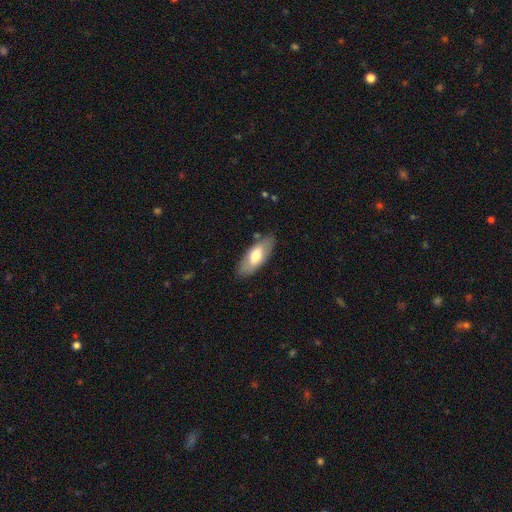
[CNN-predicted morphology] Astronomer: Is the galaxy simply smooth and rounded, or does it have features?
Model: smooth — 66%.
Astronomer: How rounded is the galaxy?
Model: in between — 82%.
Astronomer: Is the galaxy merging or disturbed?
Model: none — 82%.